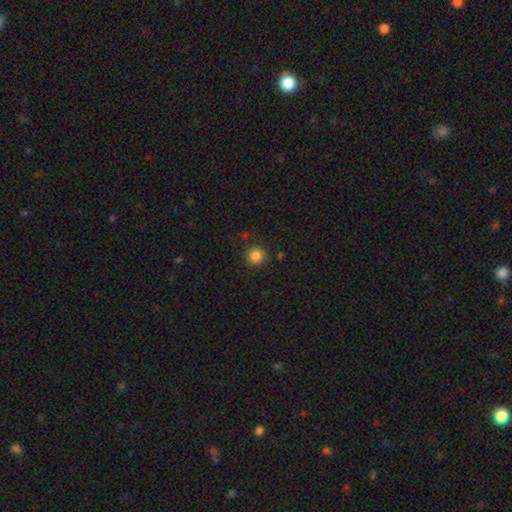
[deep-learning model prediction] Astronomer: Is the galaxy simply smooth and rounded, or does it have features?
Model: smooth — 84%.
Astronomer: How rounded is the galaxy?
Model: round — 94%.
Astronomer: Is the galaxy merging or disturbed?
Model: none — 88%.